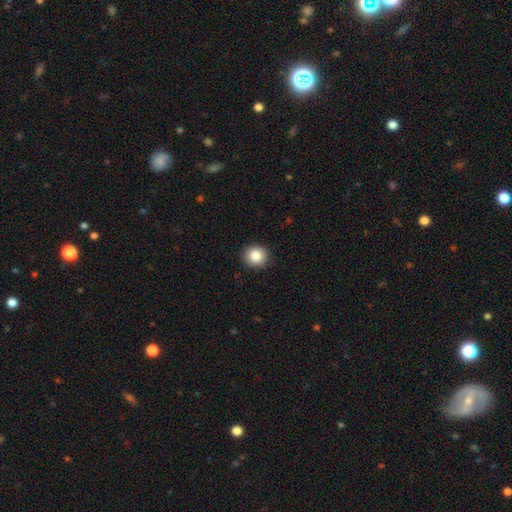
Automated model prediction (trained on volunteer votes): Morphology: type=smooth (86%); roundness=round (89%); merging=none (92%).